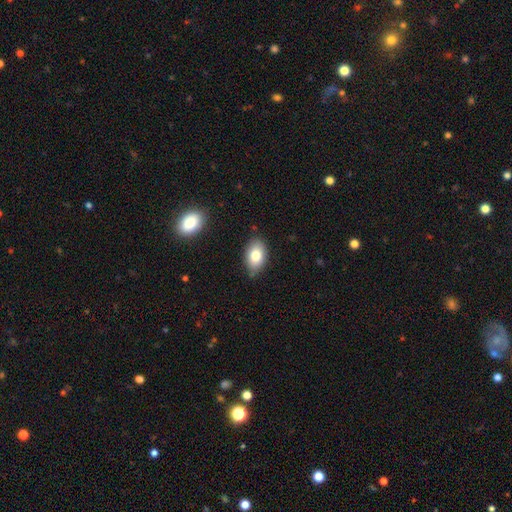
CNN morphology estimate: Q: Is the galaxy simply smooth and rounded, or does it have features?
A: smooth — 81%.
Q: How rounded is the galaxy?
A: in between — 88%.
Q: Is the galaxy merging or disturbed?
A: none — 81%.